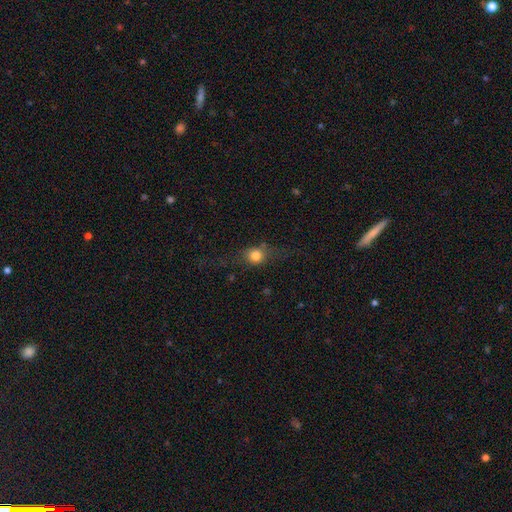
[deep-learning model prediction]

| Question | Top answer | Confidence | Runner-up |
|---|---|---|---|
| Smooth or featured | smooth | 68% | featured or disk (20%) |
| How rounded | round | 64% | in between (29%) |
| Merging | none | 61% | minor disturbance (20%) |